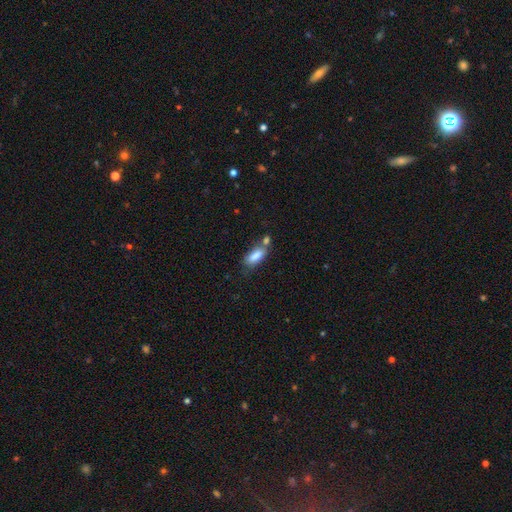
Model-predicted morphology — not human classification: Smooth or featured? smooth (82%)
How rounded? in between (74%)
Merging? none (47%)